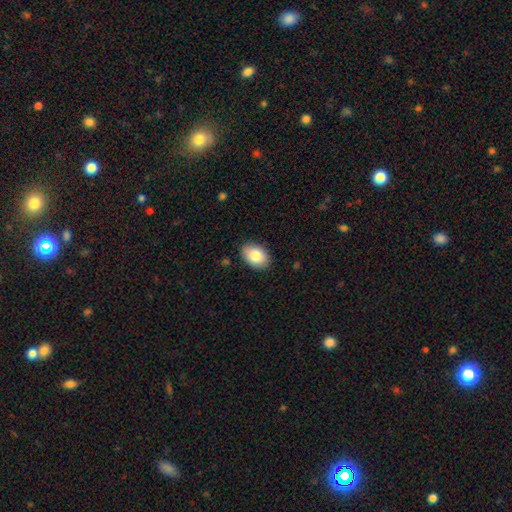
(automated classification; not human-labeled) This appears to be a smooth galaxy with no disk features (84%) that is in between round and cigar-shaped (82%). Merging: none (85%).